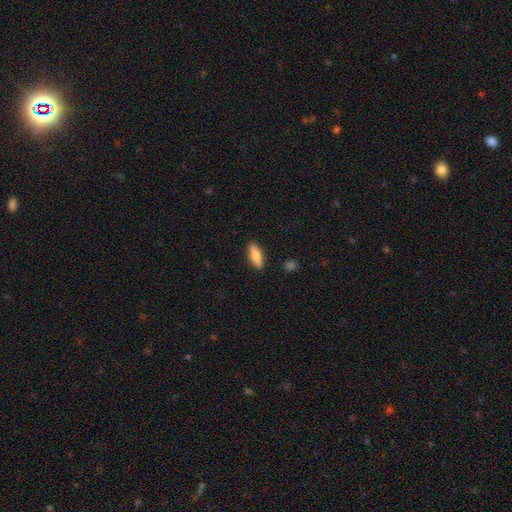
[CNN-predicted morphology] Smooth or featured?
  - smooth: 75% *
  - featured or disk: 19%
  - star or artifact: 6%
How rounded?
  - in between: 55% *
  - cigar-shaped: 43%
  - round: 2%
Merging?
  - none: 89% *
  - minor disturbance: 8%
  - major disturbance: 2%
  - merger: 1%